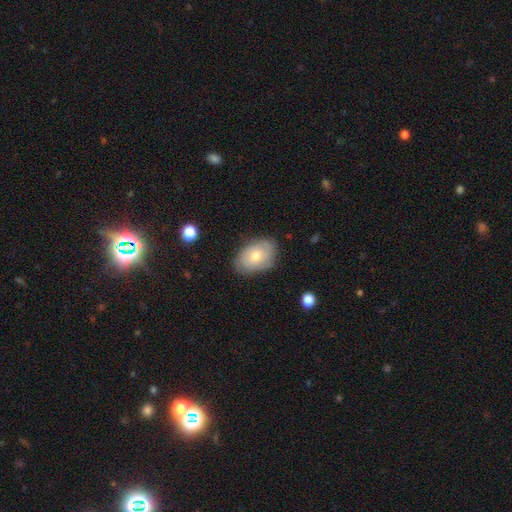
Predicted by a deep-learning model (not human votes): This appears to be a smooth galaxy with no disk features (60%) that is in between round and cigar-shaped (83%). Merging: none (78%).